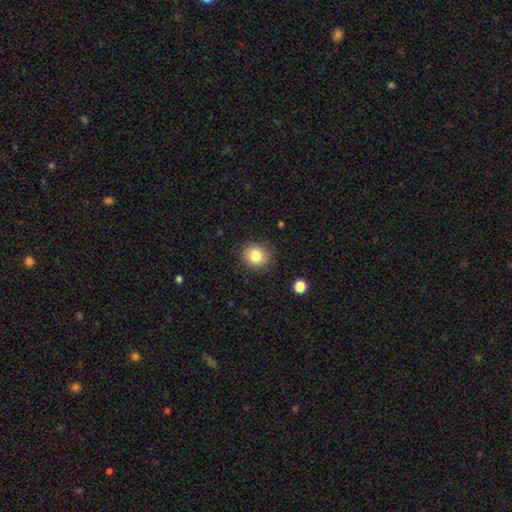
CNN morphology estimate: Smooth or featured: smooth — 82% (star or artifact — 10%)
How rounded: round — 82% (in between — 17%)
Merging: none — 88% (minor disturbance — 9%)